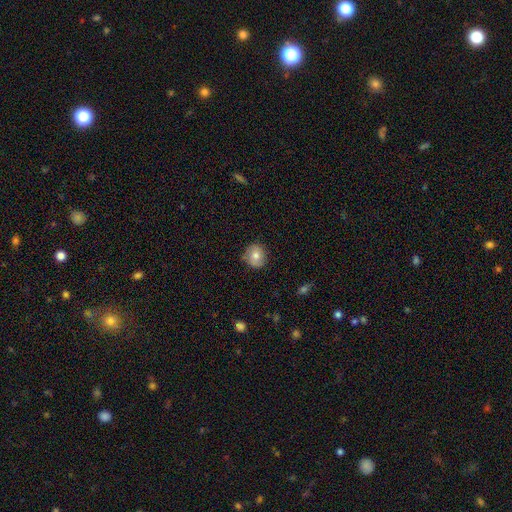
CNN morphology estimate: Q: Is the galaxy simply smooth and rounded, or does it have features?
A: smooth — 72%.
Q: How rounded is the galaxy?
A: round — 82%.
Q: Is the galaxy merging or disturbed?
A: none — 77%.